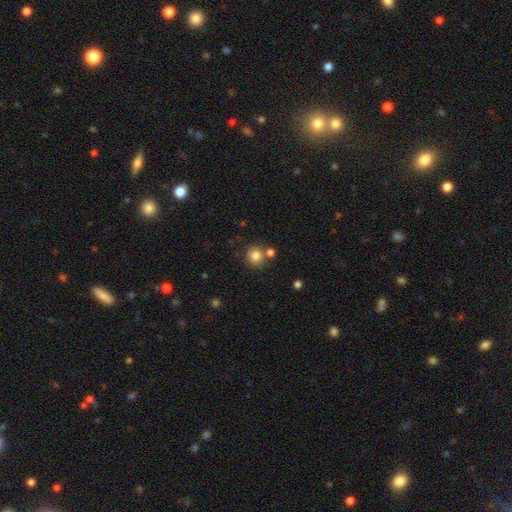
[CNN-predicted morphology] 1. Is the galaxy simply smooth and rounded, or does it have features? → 81% smooth, 11% star or artifact, 8% featured or disk.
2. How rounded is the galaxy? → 90% round, 9% in between, 1% cigar-shaped.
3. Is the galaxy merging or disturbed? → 71% none, 17% merger, 9% minor disturbance, 3% major disturbance.